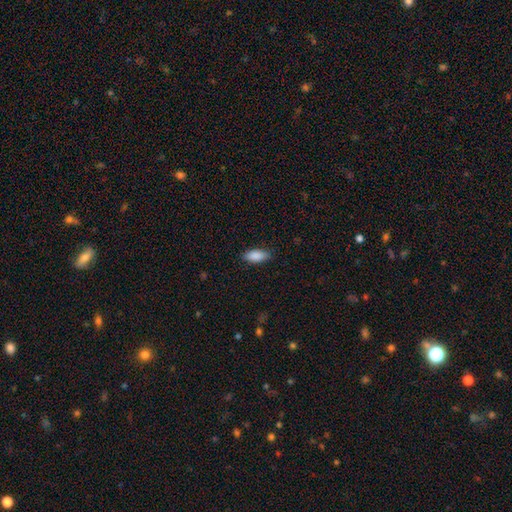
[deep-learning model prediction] Overall: smooth (89%). How rounded: in between (83%). Merging: none (86%).